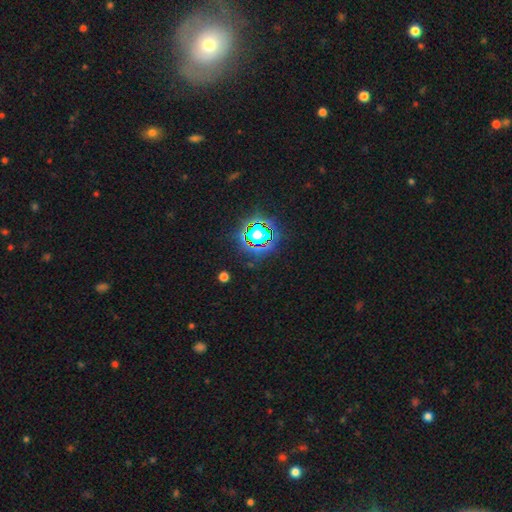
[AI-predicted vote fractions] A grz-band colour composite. It shows a star or artifact, not a galaxy (73%).